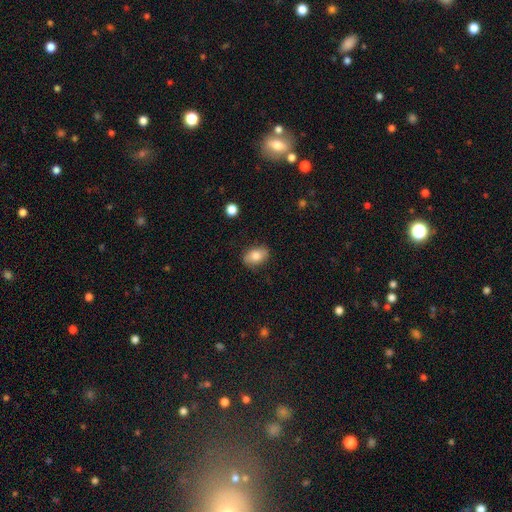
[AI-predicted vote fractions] Smooth or featured? Predicted: smooth (p=0.79). How rounded? Predicted: in between (p=0.84). Merging? Predicted: none (p=0.83).